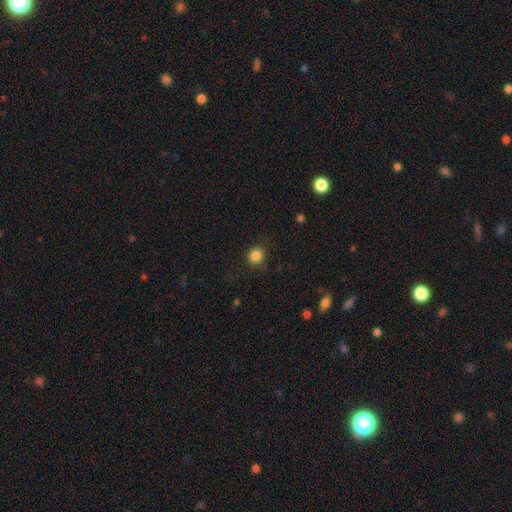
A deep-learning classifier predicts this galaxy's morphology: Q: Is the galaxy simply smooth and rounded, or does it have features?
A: smooth — 85%.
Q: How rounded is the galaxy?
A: round — 91%.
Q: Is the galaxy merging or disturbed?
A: none — 88%.